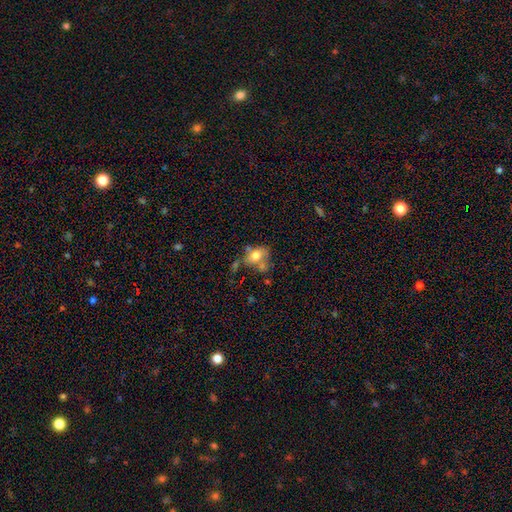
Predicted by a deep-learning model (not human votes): Smooth or featured? smooth (69%)
How rounded? in between (68%)
Merging? none (39%)